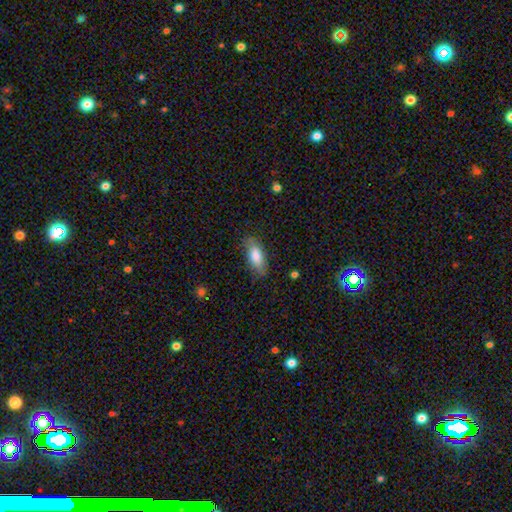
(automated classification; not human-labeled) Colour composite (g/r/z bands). It shows a smooth galaxy with no disk features (79%) that is in between round and cigar-shaped (79%). Merging: none (79%).